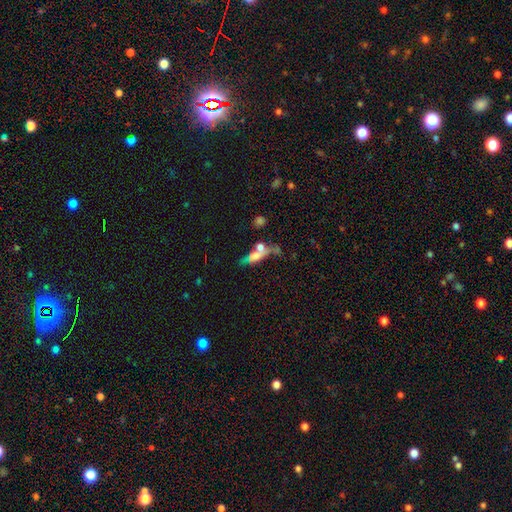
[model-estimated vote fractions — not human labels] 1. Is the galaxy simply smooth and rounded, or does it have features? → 49% smooth, 38% featured or disk, 14% star or artifact.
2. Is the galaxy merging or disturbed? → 34% none, 31% merger, 18% minor disturbance, 17% major disturbance.